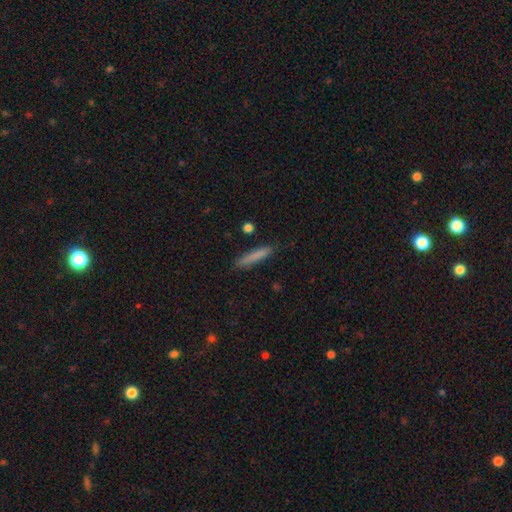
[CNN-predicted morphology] Smooth or featured?
  - smooth: 79% *
  - featured or disk: 14%
  - star or artifact: 7%
How rounded?
  - cigar-shaped: 92% *
  - in between: 6%
  - round: 1%
Merging?
  - none: 86% *
  - minor disturbance: 11%
  - major disturbance: 2%
  - merger: 2%